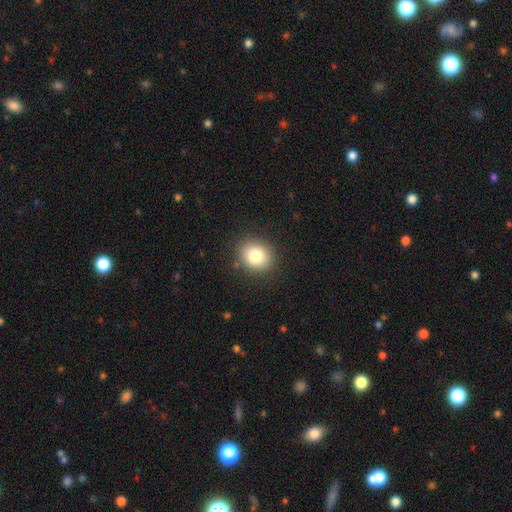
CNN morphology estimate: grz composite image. It shows a smooth galaxy with no disk features (82%) that is round (71%). Merging: none (87%).